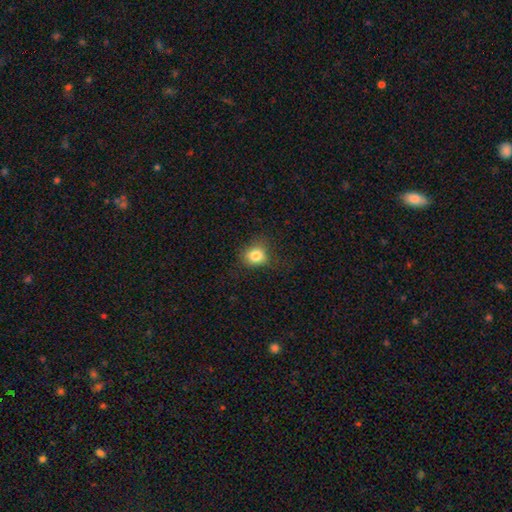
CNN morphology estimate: smooth 82%, star or artifact 11%, featured or disk 7%. Down the decision tree: how rounded — round (69%); merging — none (72%).